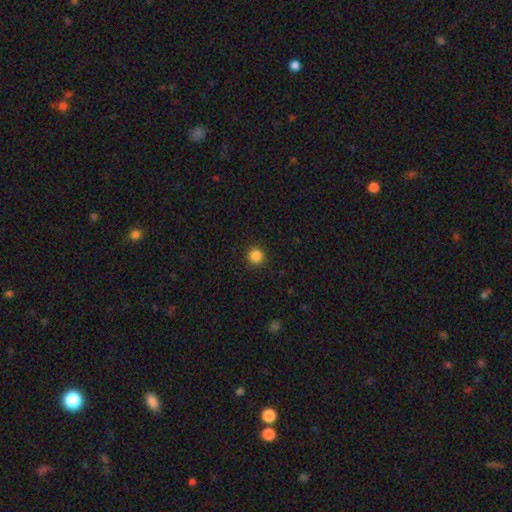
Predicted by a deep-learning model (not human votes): A smooth galaxy with no disk features (86%) that is round (95%). Merging: none (92%).